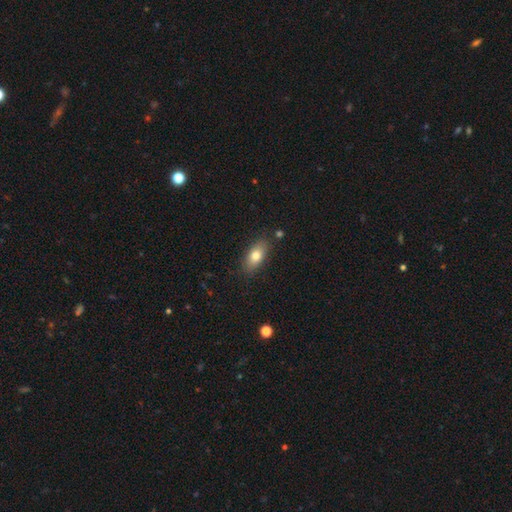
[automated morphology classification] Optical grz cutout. It shows a smooth galaxy with no disk features (77%) that is in between round and cigar-shaped (84%). Merging: none (84%).